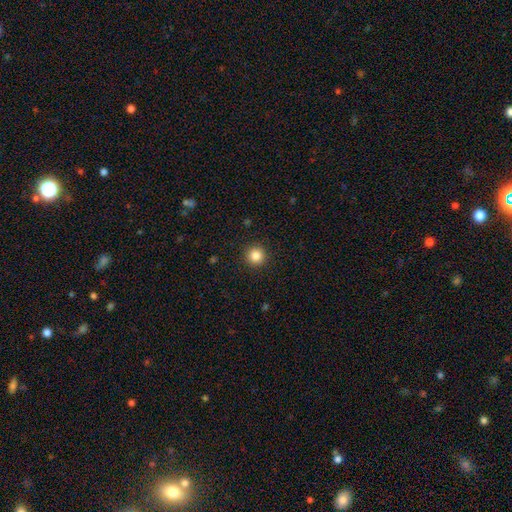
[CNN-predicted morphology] This is clearly a smooth galaxy (85%). How rounded: clearly round (96%). Merging: clearly none (92%).